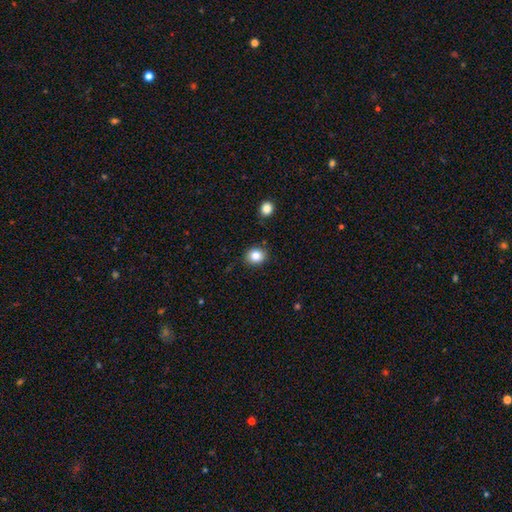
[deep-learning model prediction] This appears to be a smooth galaxy with no disk features (84%) that is round (73%). Merging: none (86%).